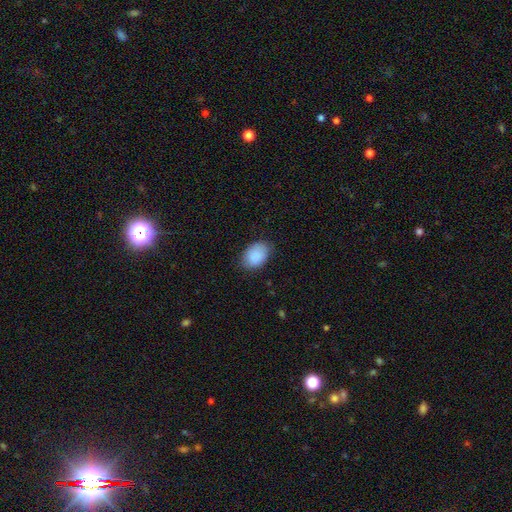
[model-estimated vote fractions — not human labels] smooth_or_featured: smooth (p=0.89) [alt: star or artifact p=0.07]
how_rounded: in between (p=0.83) [alt: round p=0.16]
merging: none (p=0.79) [alt: minor disturbance p=0.17]